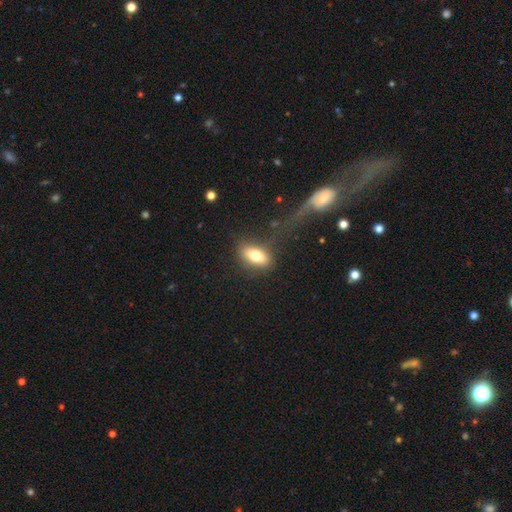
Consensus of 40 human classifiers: Smooth or featured? smooth (78%)
How rounded? in between (94%)
Merging? none (42%)